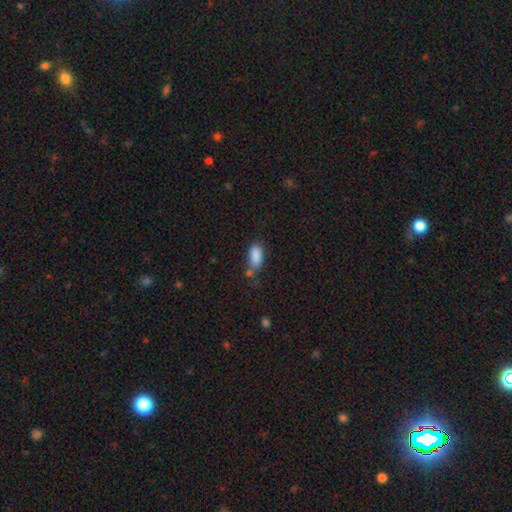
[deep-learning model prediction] Overall: smooth (86%). How rounded: in between (88%). Merging: none (50%; minor disturbance 26%).